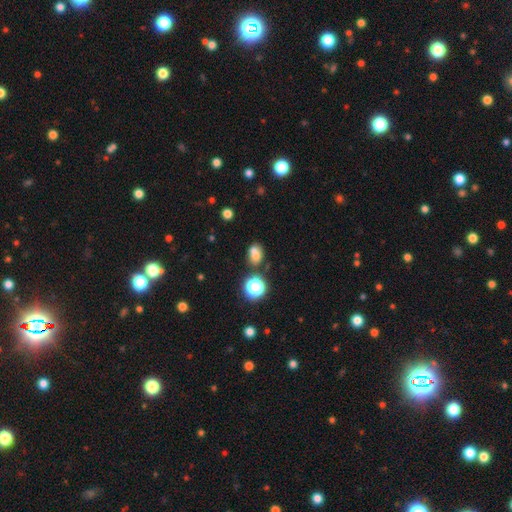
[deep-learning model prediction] This appears to be a smooth galaxy with no disk features (70%) that is in between round and cigar-shaped (54%). Merging: none (49%).